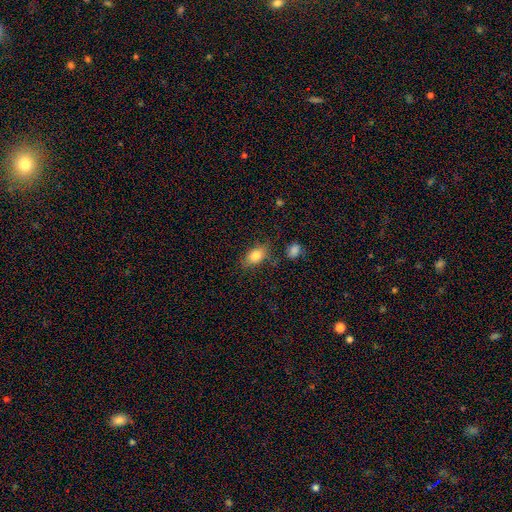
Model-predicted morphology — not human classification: This is clearly a smooth galaxy (81%). How rounded: clearly in between (85%). Merging: likely none (73%).